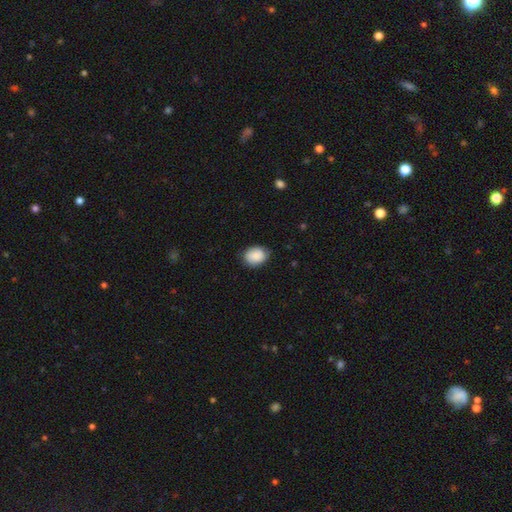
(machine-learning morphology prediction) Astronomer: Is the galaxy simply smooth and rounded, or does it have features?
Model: smooth — 87%.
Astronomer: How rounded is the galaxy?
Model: in between — 59% (runner-up: round, 40%).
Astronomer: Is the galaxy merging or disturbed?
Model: none — 78%.